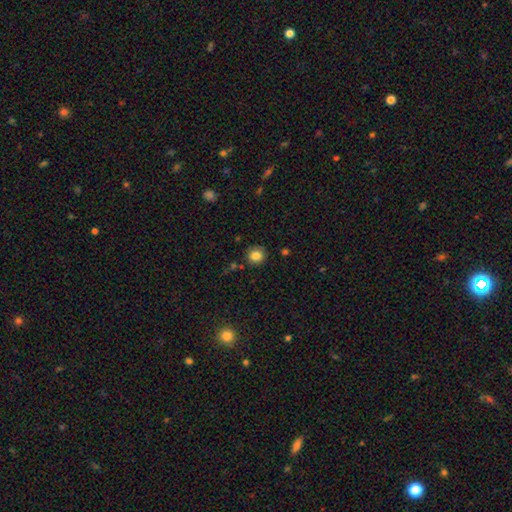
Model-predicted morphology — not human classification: smooth_or_featured: smooth (p=0.83) [alt: star or artifact p=0.11]
how_rounded: round (p=0.89) [alt: in between p=0.10]
merging: none (p=0.87) [alt: minor disturbance p=0.08]